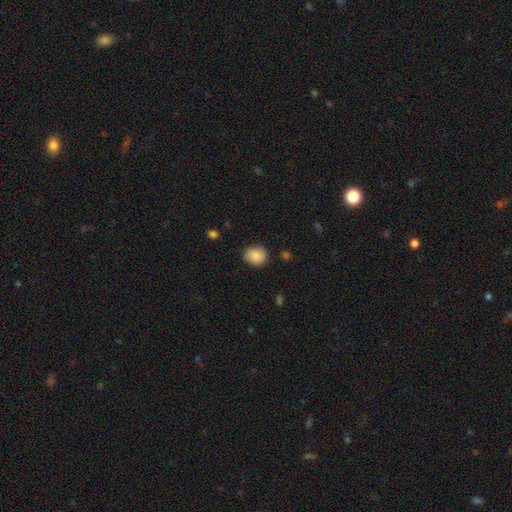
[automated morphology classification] Smooth or featured? Predicted: smooth (p=0.86). How rounded? Predicted: round (p=0.60). Merging? Predicted: none (p=0.81).